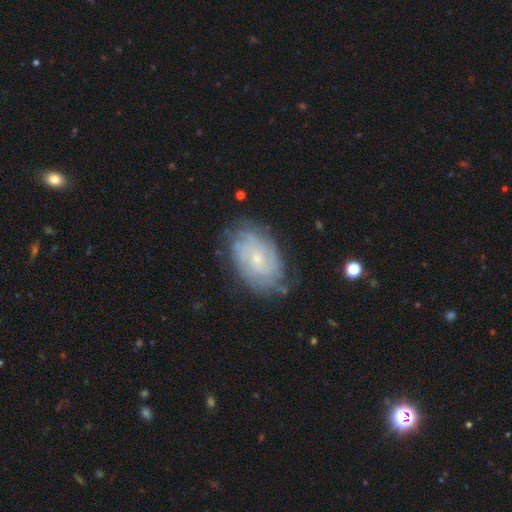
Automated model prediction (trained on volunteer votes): Smooth or featured? featured or disk (71%)
Edge-on disk? no (96%)
Bar? no (75%)
Spiral arms? yes (90%)
Spiral winding? tight (70%)
Spiral arm count? can't tell (54%)
Bulge size? small (71%)
Merging? none (75%)